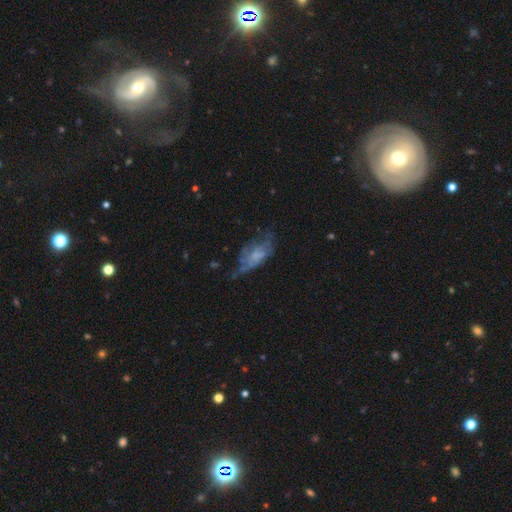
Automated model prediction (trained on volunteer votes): featured or disk 54%, smooth 35%, star or artifact 11%. Down the decision tree: edge-on disk — no (90%); merging — none (35%).